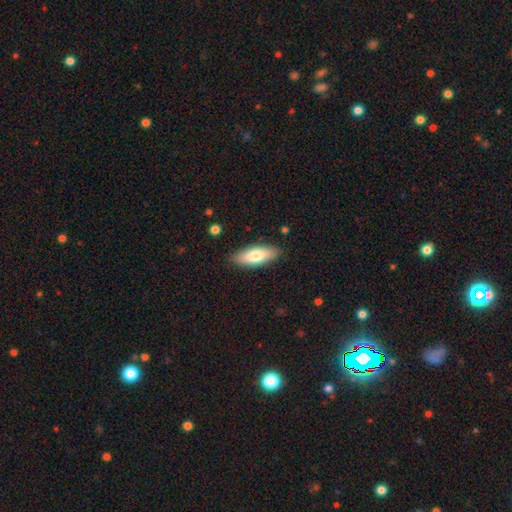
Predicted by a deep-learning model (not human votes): smooth-or-featured: smooth: 75% | featured or disk: 20% | star or artifact: 6%
  how-rounded: in between: 70% | cigar-shaped: 28% | round: 2%
  merging: none: 87% | minor disturbance: 10% | major disturbance: 2% | merger: 1%